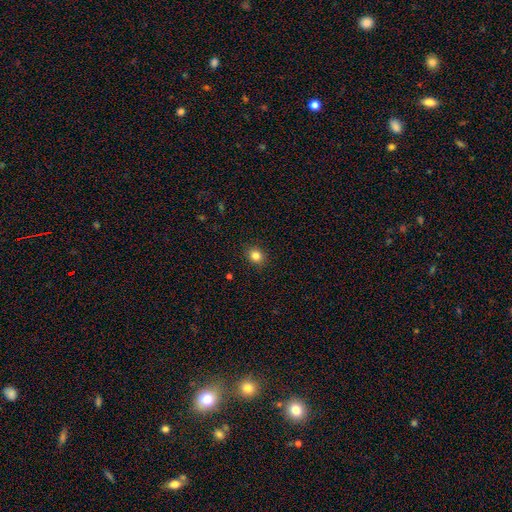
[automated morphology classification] type=smooth (84%); roundness=round (66%); merging=none (90%).